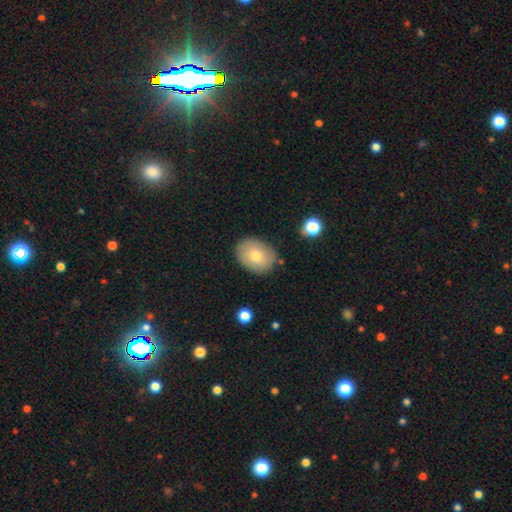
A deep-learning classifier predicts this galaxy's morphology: Overall: smooth (72%). How rounded: in between (66%; round 33%). Merging: none (83%).